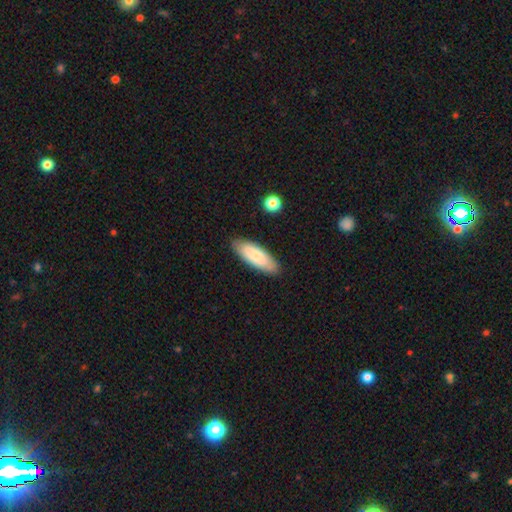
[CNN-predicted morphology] Smooth or featured: smooth — 76% (featured or disk — 18%)
How rounded: in between — 63% (cigar-shaped — 36%)
Merging: none — 86% (minor disturbance — 11%)